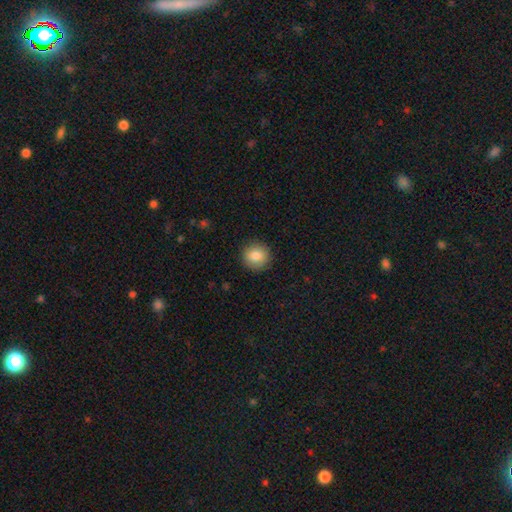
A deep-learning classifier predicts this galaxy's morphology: This is clearly a smooth galaxy (84%). How rounded: clearly round (93%). Merging: clearly none (91%).